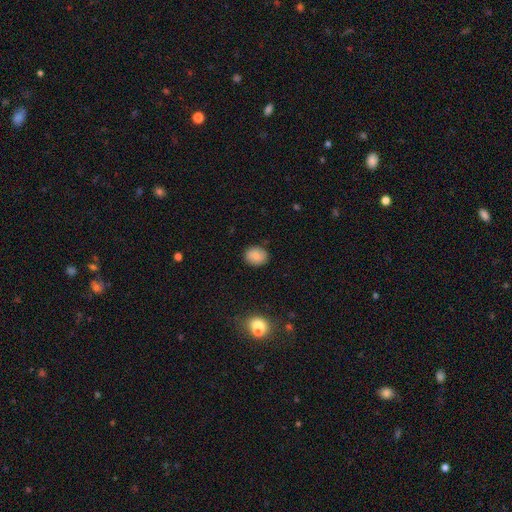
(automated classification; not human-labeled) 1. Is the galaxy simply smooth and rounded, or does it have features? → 80% smooth, 11% featured or disk, 9% star or artifact.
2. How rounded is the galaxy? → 62% round, 37% in between, 1% cigar-shaped.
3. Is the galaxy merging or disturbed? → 85% none, 11% minor disturbance, 3% major disturbance, 2% merger.